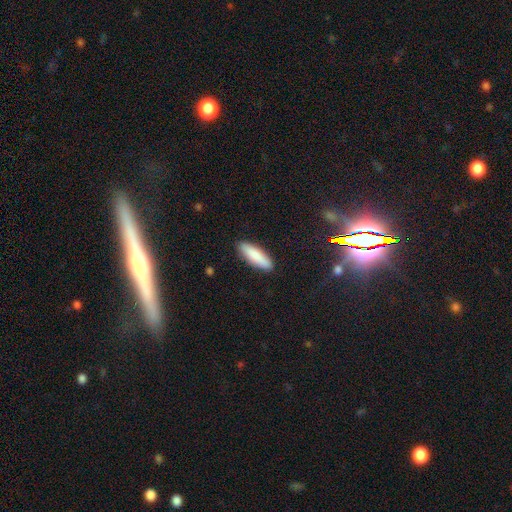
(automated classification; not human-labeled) Smooth or featured?
  - smooth: 86% *
  - featured or disk: 8%
  - star or artifact: 5%
How rounded?
  - cigar-shaped: 53% *
  - in between: 45%
  - round: 2%
Merging?
  - none: 89% *
  - minor disturbance: 8%
  - major disturbance: 2%
  - merger: 1%